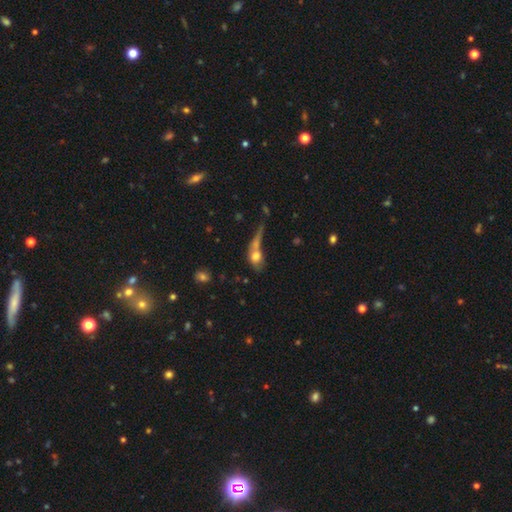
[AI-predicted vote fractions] This is likely a smooth galaxy (66%). How rounded: possibly in between (53%). Merging: possibly merger (50%).